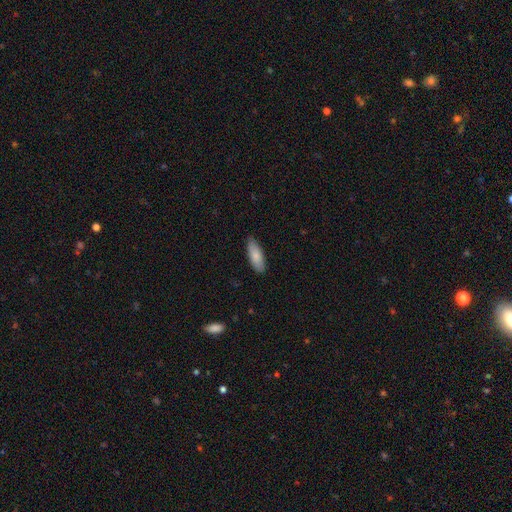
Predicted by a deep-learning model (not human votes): smooth_or_featured: smooth (p=0.83) [alt: featured or disk p=0.11]
how_rounded: in between (p=0.69) [alt: cigar-shaped p=0.29]
merging: none (p=0.85) [alt: minor disturbance p=0.12]